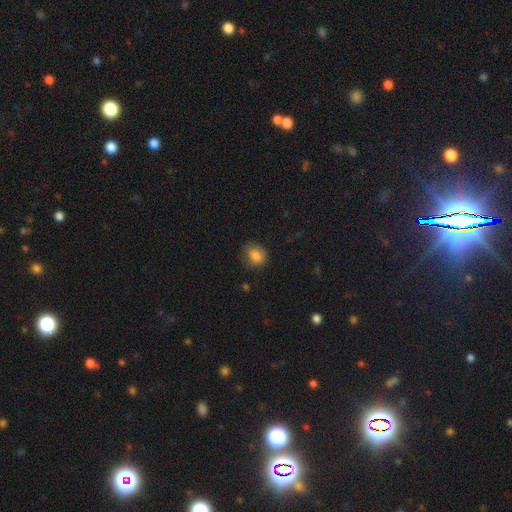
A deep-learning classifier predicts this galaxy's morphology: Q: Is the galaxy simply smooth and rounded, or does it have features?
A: smooth — 84%.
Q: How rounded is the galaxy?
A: round — 57%.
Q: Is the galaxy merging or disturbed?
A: none — 69%.